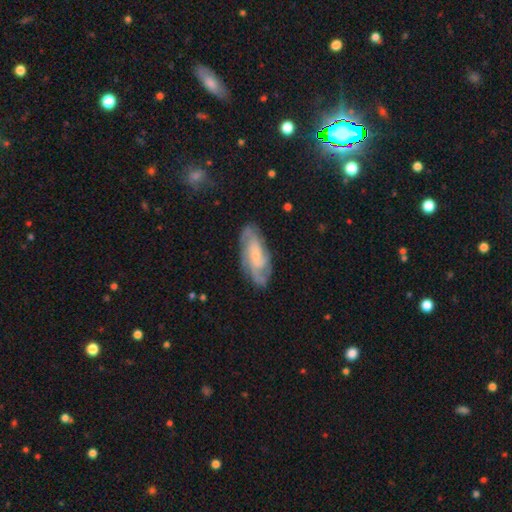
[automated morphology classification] featured or disk 74%, smooth 20%, star or artifact 6%. Down the decision tree: edge-on disk — no (91%); bar — no (63%); spiral arms — yes (93%); spiral arm count — can't tell (32%); spiral winding — tight (51%); bulge size — small (64%); merging — none (76%).